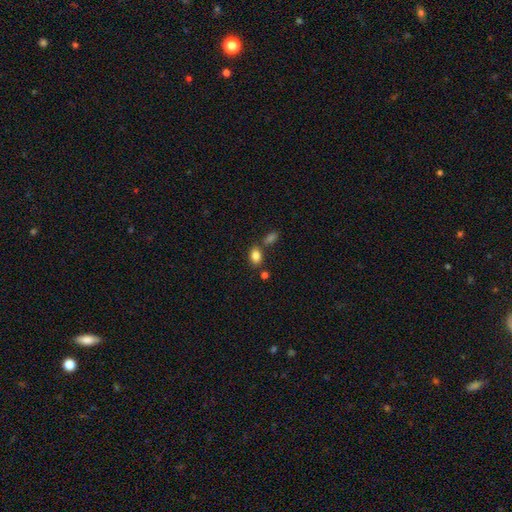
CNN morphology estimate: smooth_or_featured: smooth (p=0.84) [alt: star or artifact p=0.10]
how_rounded: in between (p=0.80) [alt: round p=0.18]
merging: none (p=0.68) [alt: merger p=0.17]